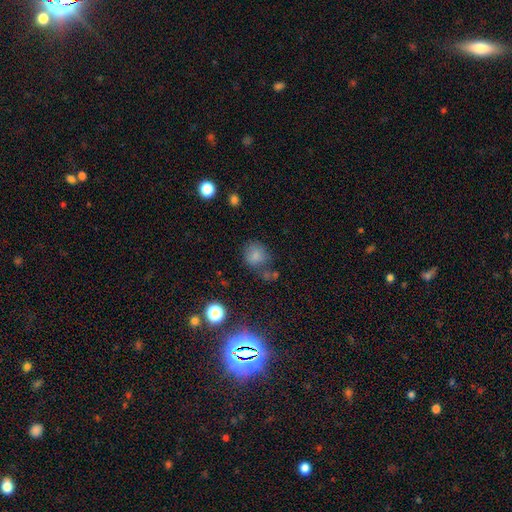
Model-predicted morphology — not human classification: smooth_or_featured: smooth (p=0.78) [alt: star or artifact p=0.14]
how_rounded: round (p=0.76) [alt: in between p=0.23]
merging: none (p=0.62) [alt: minor disturbance p=0.19]